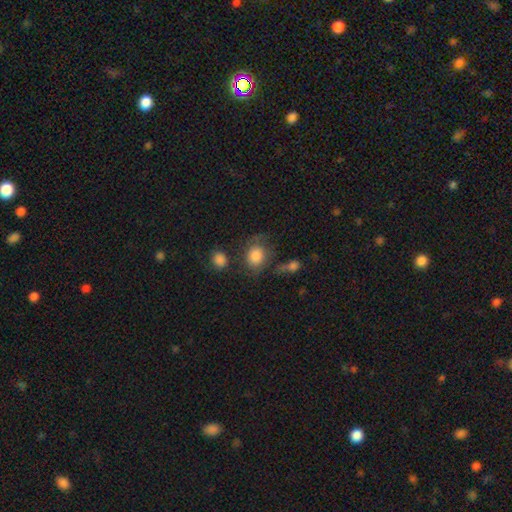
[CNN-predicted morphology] This is clearly a smooth galaxy (82%). How rounded: likely round (62%). Merging: possibly none (57%).